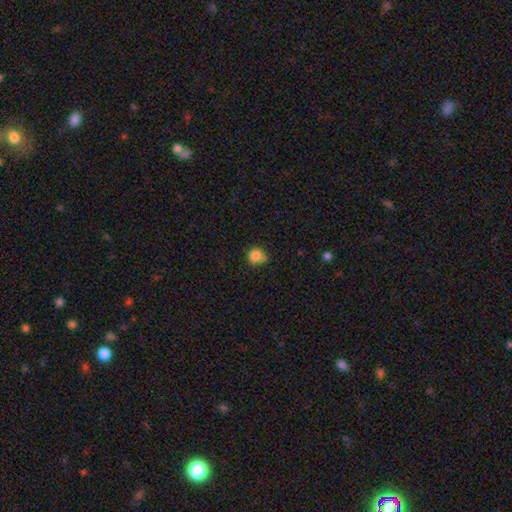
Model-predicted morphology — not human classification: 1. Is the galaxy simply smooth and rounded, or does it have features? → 82% smooth, 11% star or artifact, 7% featured or disk.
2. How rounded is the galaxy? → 86% round, 13% in between, 1% cigar-shaped.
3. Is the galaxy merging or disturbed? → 58% none, 22% minor disturbance, 15% merger, 5% major disturbance.